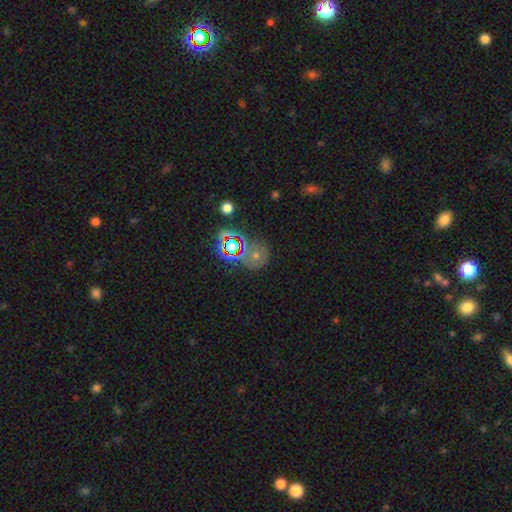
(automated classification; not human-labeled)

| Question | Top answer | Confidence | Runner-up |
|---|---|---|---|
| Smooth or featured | star or artifact | 47% | smooth (35%) |